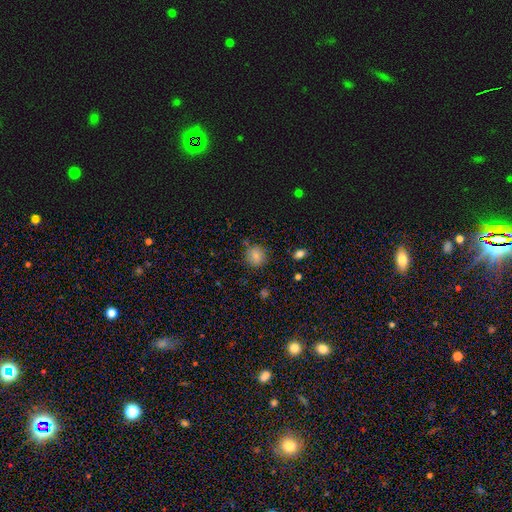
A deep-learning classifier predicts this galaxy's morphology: Smooth or featured? Predicted: smooth (p=0.81). How rounded? Predicted: round (p=0.85). Merging? Predicted: none (p=0.82).